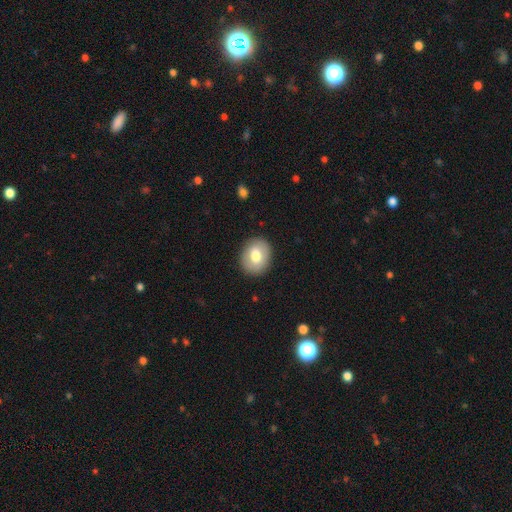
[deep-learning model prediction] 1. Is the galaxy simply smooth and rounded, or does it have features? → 73% smooth, 20% featured or disk, 7% star or artifact.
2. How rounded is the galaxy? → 50% round, 49% in between, 1% cigar-shaped.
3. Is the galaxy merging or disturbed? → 87% none, 9% minor disturbance, 3% major disturbance, 1% merger.